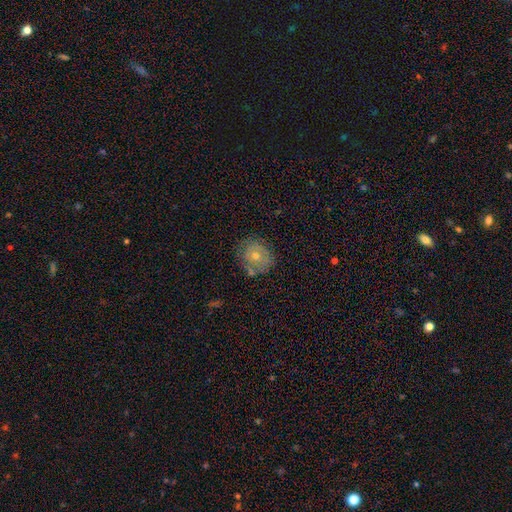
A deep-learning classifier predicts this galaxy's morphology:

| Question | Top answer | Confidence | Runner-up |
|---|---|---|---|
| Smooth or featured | featured or disk | 48% | smooth (41%) |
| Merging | none | 75% | minor disturbance (16%) |